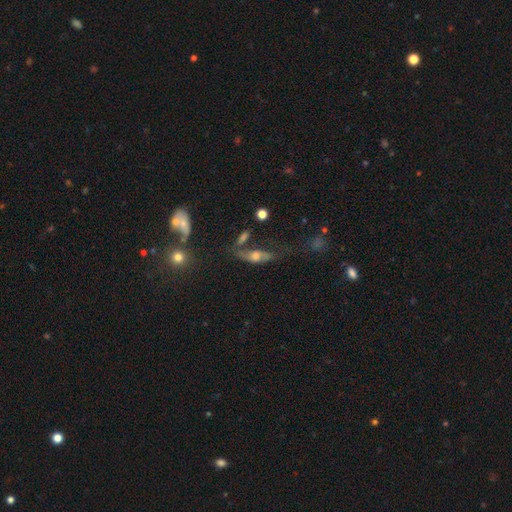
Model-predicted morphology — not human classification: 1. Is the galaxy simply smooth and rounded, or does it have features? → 50% featured or disk, 38% smooth, 12% star or artifact.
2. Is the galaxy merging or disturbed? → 34% none, 26% major disturbance, 22% minor disturbance, 18% merger.